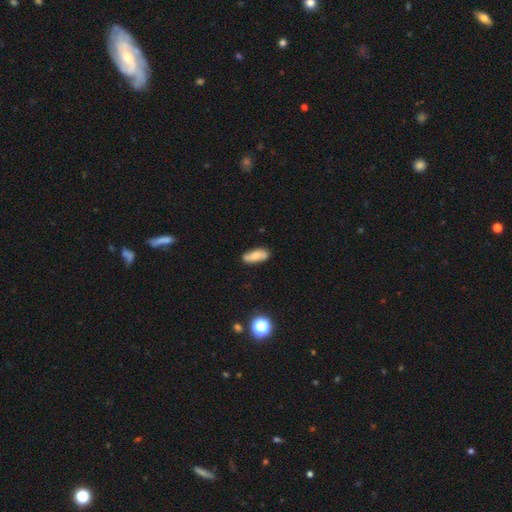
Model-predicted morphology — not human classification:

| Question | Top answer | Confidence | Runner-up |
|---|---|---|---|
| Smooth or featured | smooth | 67% | featured or disk (25%) |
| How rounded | in between | 75% | cigar-shaped (21%) |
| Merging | none | 79% | minor disturbance (16%) |